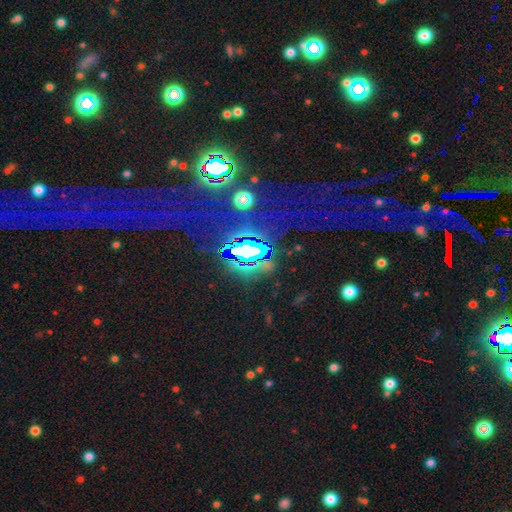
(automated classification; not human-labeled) Smooth or featured? star or artifact (77%)